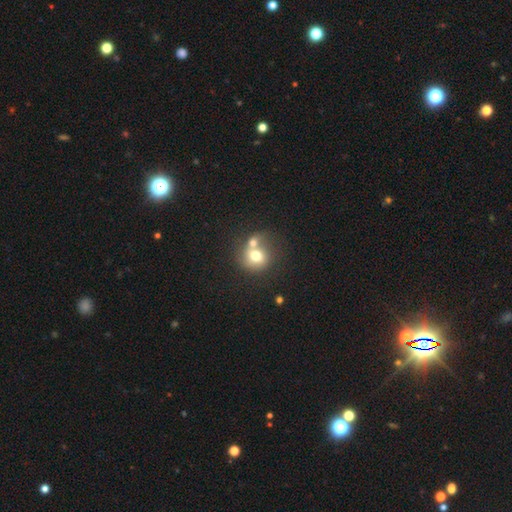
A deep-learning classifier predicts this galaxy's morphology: This is likely a smooth galaxy (69%). How rounded: likely round (77%). Merging: possibly merger (53%).